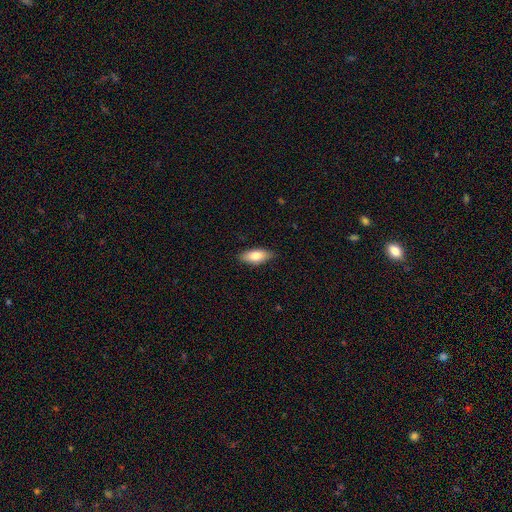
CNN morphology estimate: Smooth or featured?
  - smooth: 78% *
  - featured or disk: 15%
  - star or artifact: 6%
How rounded?
  - in between: 81% *
  - cigar-shaped: 17%
  - round: 3%
Merging?
  - none: 86% *
  - minor disturbance: 11%
  - major disturbance: 2%
  - merger: 1%